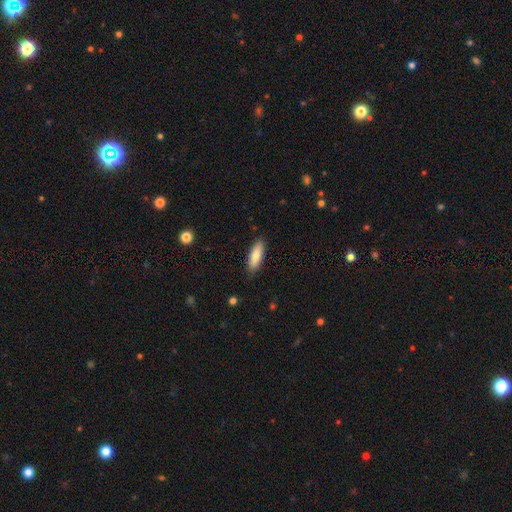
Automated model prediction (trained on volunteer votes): The model was most divided on "how rounded": in between: 58%, cigar-shaped: 40%, round: 2%. More confident: merging — none (87%); smooth or featured — smooth (85%).